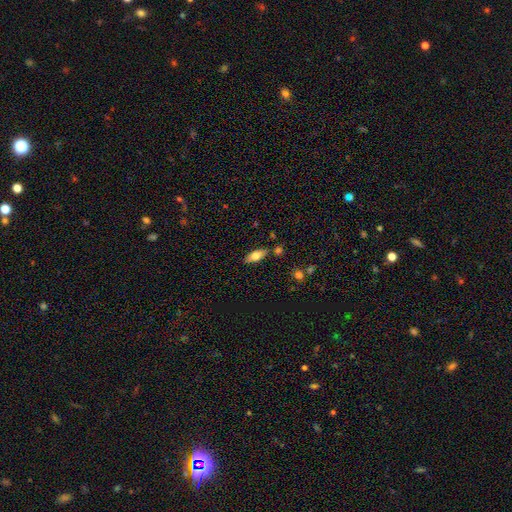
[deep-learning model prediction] The model was most divided on "smooth or featured": smooth: 67%, featured or disk: 26%, star or artifact: 7%. More confident: merging — none (78%); how rounded — in between (75%).